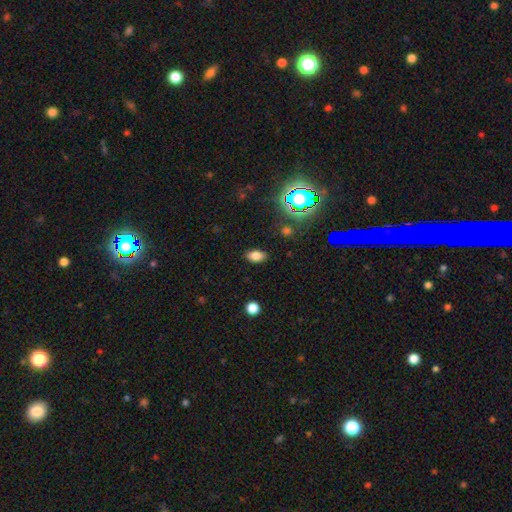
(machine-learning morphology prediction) smooth_or_featured: smooth (p=0.79) [alt: star or artifact p=0.14]
how_rounded: in between (p=0.90) [alt: round p=0.07]
merging: none (p=0.87) [alt: minor disturbance p=0.09]